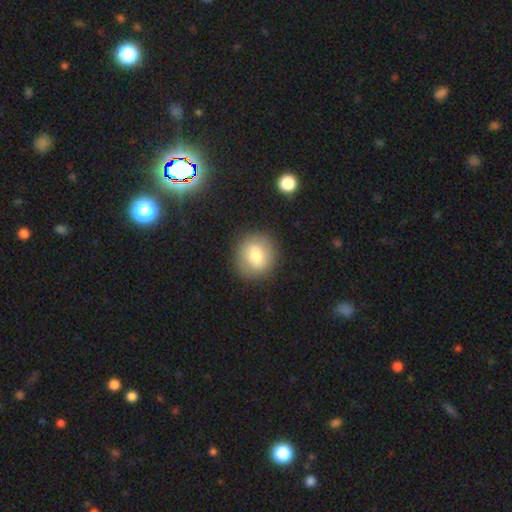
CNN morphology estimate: Smooth or featured? smooth (71%)
How rounded? round (85%)
Merging? none (87%)